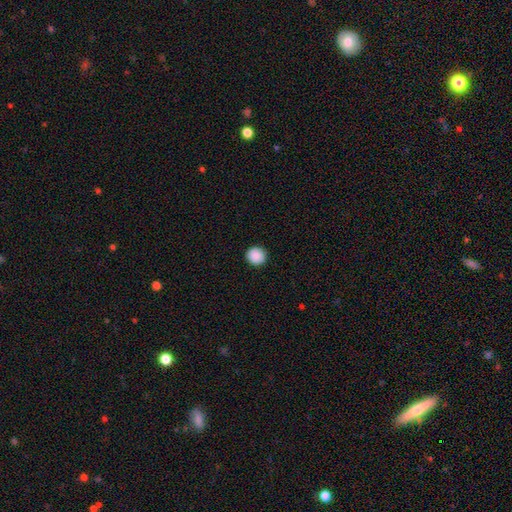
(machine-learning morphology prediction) The model was most divided on "smooth or featured": smooth: 89%, star or artifact: 8%, featured or disk: 2%. More confident: how rounded — round (93%); merging — none (92%).